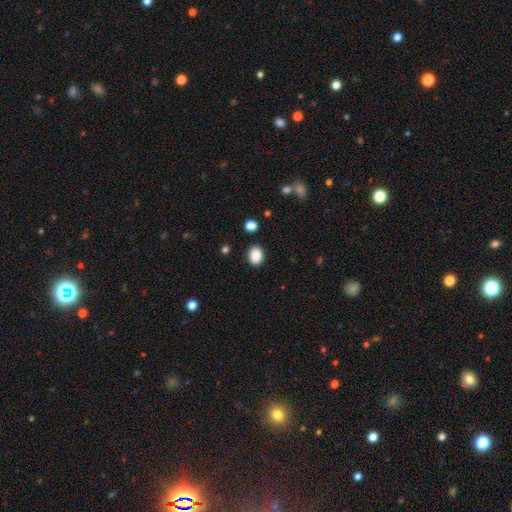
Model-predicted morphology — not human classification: Smooth or featured?
  - smooth: 87% *
  - star or artifact: 9%
  - featured or disk: 4%
How rounded?
  - in between: 62% *
  - round: 37%
  - cigar-shaped: 1%
Merging?
  - none: 88% *
  - minor disturbance: 8%
  - major disturbance: 2%
  - merger: 2%